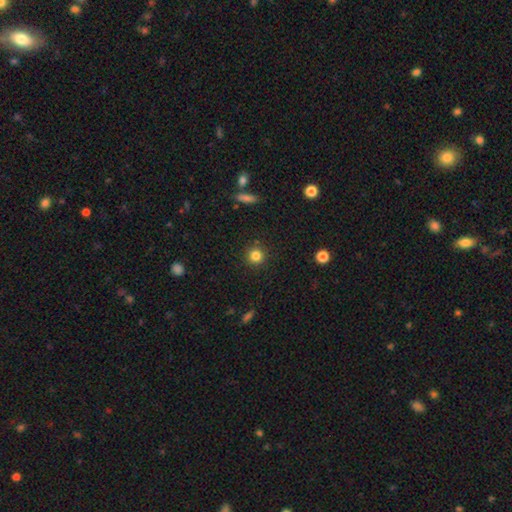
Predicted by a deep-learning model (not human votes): Smooth or featured?
  - smooth: 83% *
  - star or artifact: 12%
  - featured or disk: 5%
How rounded?
  - round: 94% *
  - in between: 5%
  - cigar-shaped: 1%
Merging?
  - none: 91% *
  - minor disturbance: 6%
  - major disturbance: 2%
  - merger: 2%